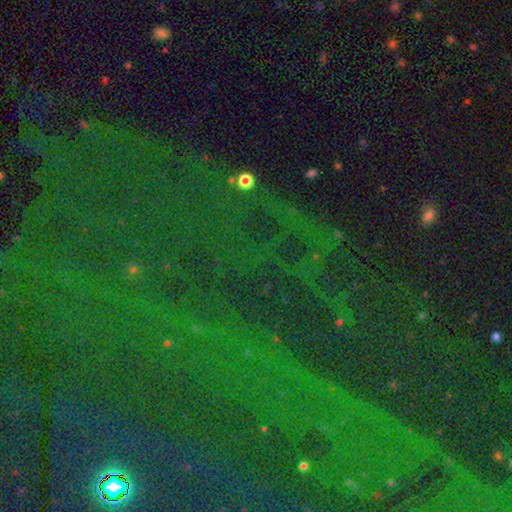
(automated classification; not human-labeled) star or artifact 83%, featured or disk 9%, smooth 8%.